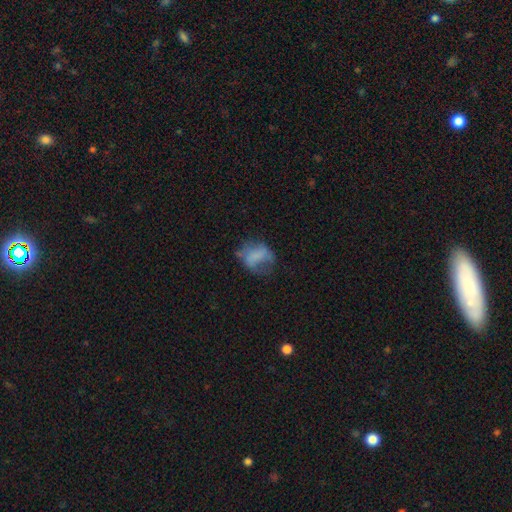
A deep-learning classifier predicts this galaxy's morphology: This is possibly a smooth galaxy (57%). How rounded: likely in between (62%). Merging: marginally major disturbance (35%, tied with none).